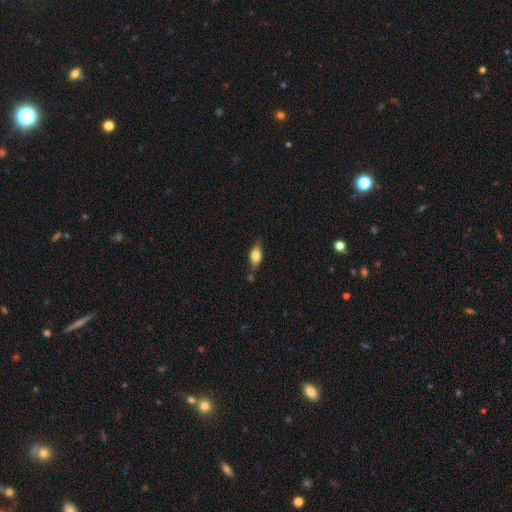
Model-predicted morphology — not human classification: smooth_or_featured: smooth (p=0.61) [alt: featured or disk p=0.32]
how_rounded: in between (p=0.76) [alt: cigar-shaped p=0.19]
merging: none (p=0.67) [alt: minor disturbance p=0.20]